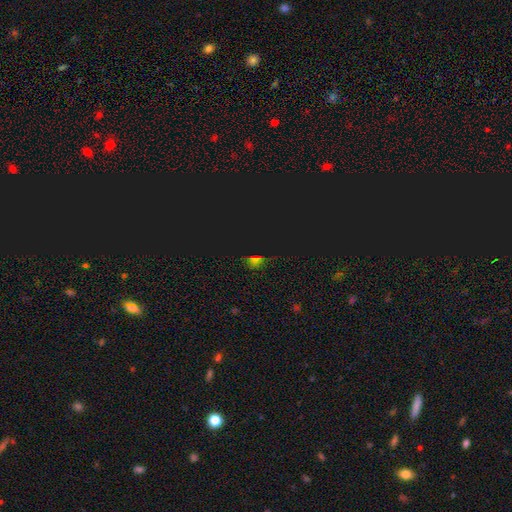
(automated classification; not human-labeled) Q: Smooth or featured?
A: star or artifact (61%); runner-up: smooth (31%)